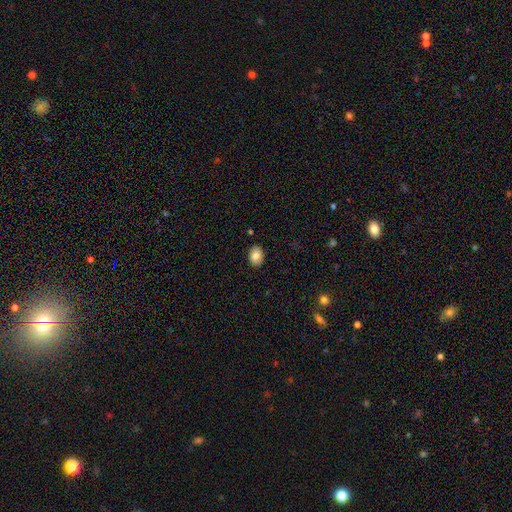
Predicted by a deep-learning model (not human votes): smooth 82%, featured or disk 10%, star or artifact 8%. Down the decision tree: how rounded — in between (76%); merging — none (88%).